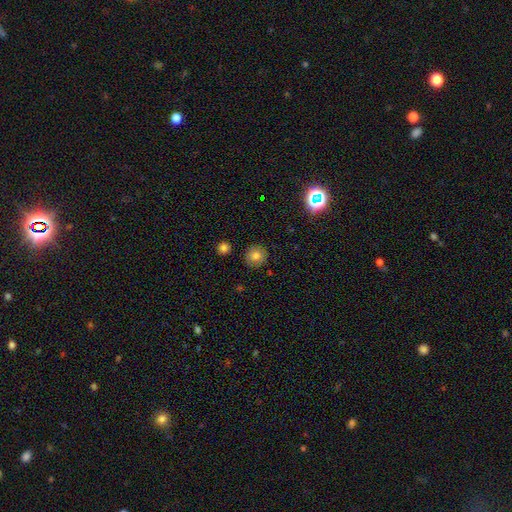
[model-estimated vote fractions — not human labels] Smooth or featured: smooth — 79% (star or artifact — 12%)
How rounded: round — 92% (in between — 7%)
Merging: none — 88% (minor disturbance — 8%)